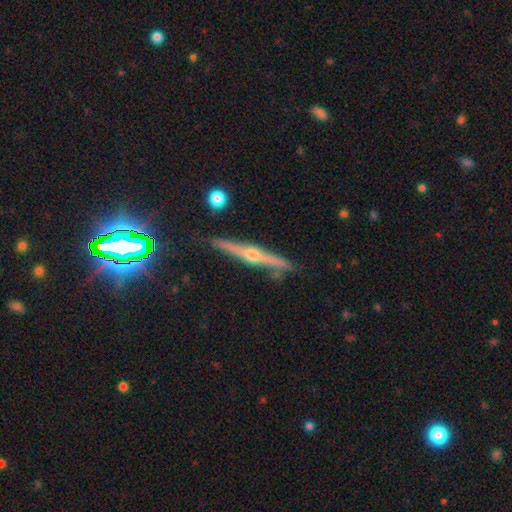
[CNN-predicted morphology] The model was most divided on "smooth or featured": featured or disk: 79%, smooth: 14%, star or artifact: 7%. More confident: edge-on disk — yes (98%); edge-on bulge — rounded (92%); merging — none (88%).